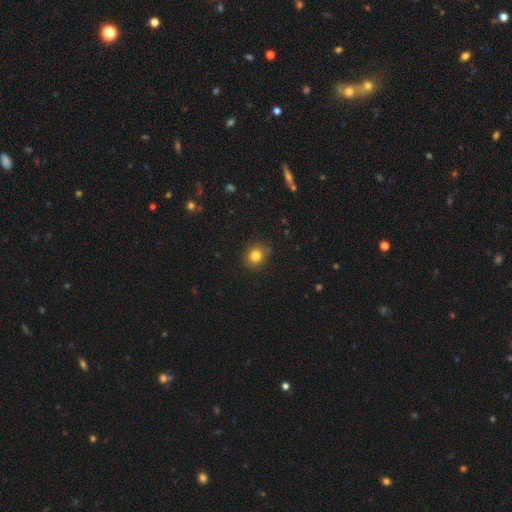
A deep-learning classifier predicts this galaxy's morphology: Smooth or featured? Predicted: smooth (p=0.82). How rounded? Predicted: round (p=0.79). Merging? Predicted: none (p=0.86).